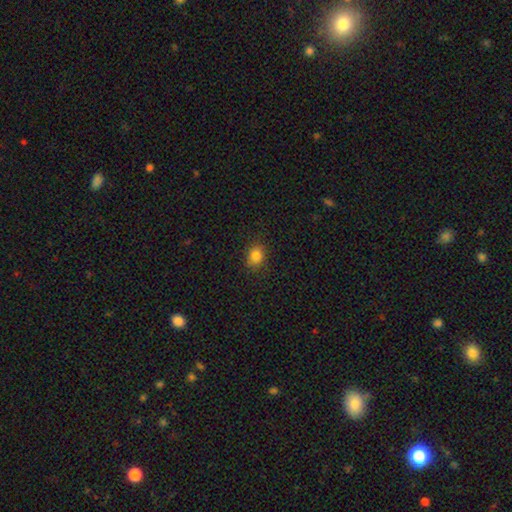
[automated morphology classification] Smooth or featured? smooth (83%)
How rounded? in between (53%)
Merging? none (86%)